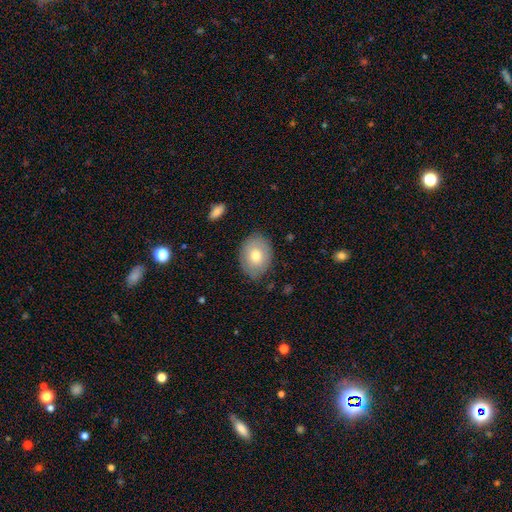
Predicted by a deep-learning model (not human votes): Overall: smooth (71%). How rounded: in between (70%). Merging: none (81%).